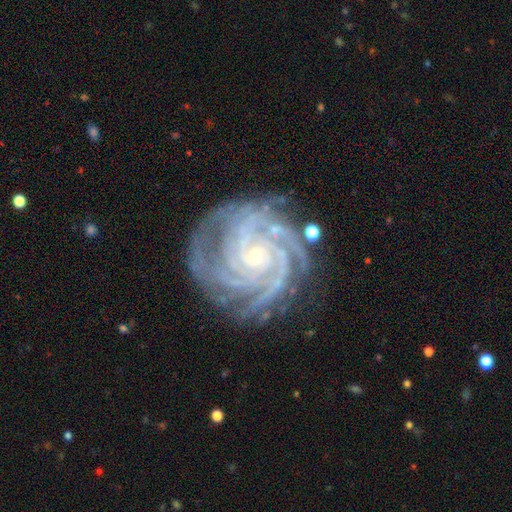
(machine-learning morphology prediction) Smooth or featured? featured or disk (92%)
Edge-on disk? no (98%)
Bar? no (70%)
Spiral arms? yes (99%)
Spiral winding? tight (82%)
Spiral arm count? 4 (39%)
Bulge size? small (83%)
Merging? none (77%)